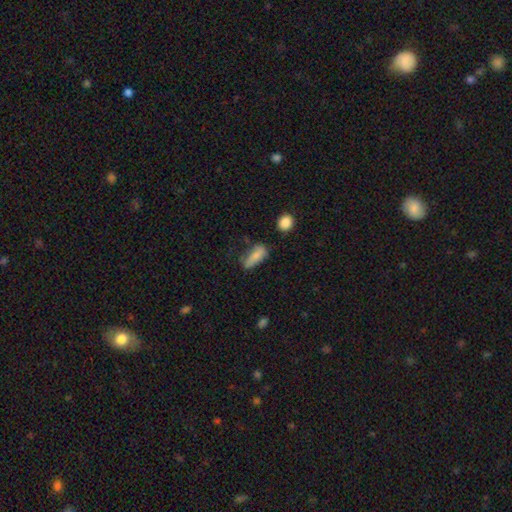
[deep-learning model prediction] smooth-or-featured: smooth: 78% | featured or disk: 13% | star or artifact: 8%
  how-rounded: in between: 72% | cigar-shaped: 24% | round: 4%
  merging: none: 46% | minor disturbance: 34% | major disturbance: 14% | merger: 6%